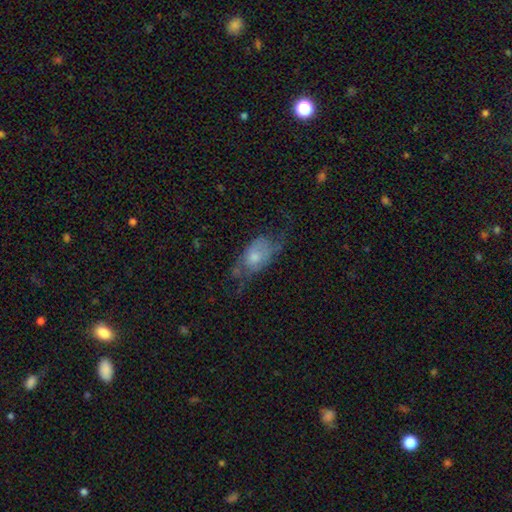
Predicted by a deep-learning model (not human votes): This is possibly a smooth galaxy (47%). Merging: marginally none (35%).